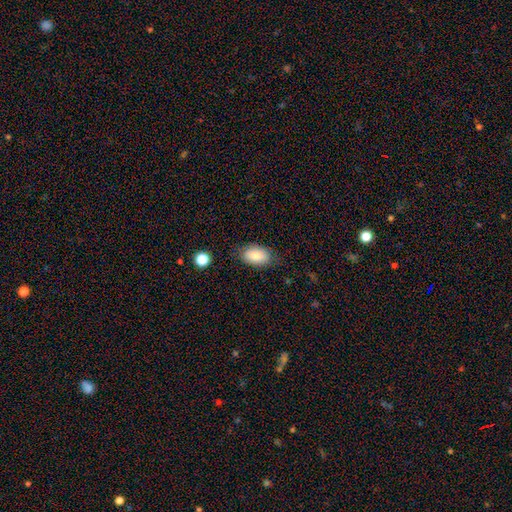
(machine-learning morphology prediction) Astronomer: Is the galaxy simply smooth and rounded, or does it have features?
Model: smooth — 81%.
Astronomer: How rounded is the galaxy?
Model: in between — 91%.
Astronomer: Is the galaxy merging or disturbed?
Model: none — 79%.